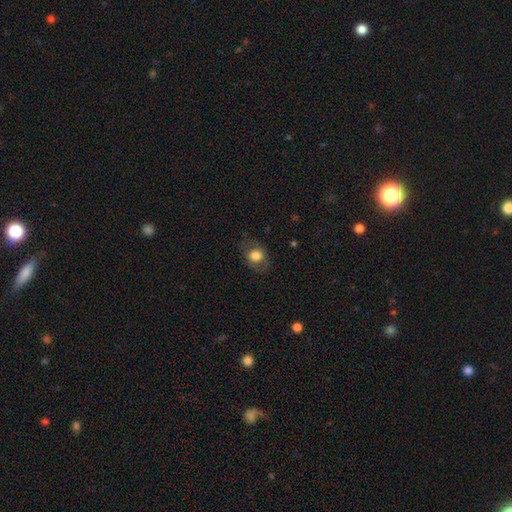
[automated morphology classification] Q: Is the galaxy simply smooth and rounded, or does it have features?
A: smooth — 71%.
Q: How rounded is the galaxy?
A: in between — 52%.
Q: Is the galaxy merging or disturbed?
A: none — 73%.